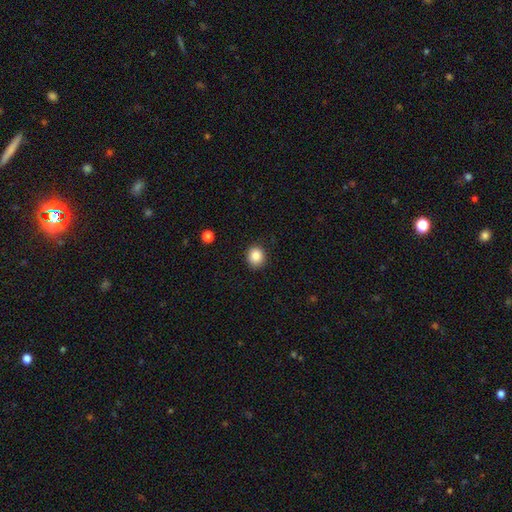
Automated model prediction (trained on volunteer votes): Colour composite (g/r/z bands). It shows a smooth galaxy with no disk features (86%) that is round (79%). Merging: none (88%).